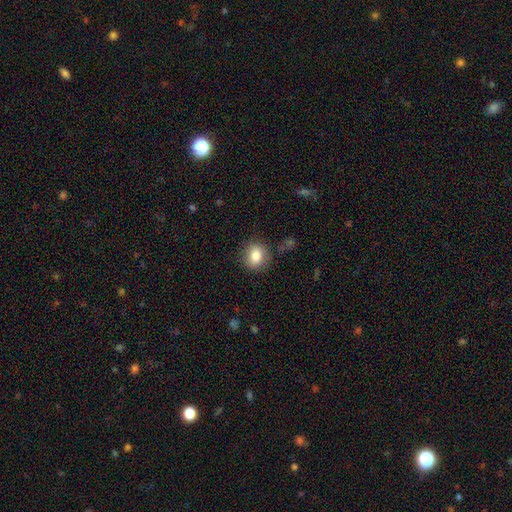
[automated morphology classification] Smooth or featured? Predicted: smooth (p=0.81). How rounded? Predicted: round (p=0.72). Merging? Predicted: none (p=0.85).